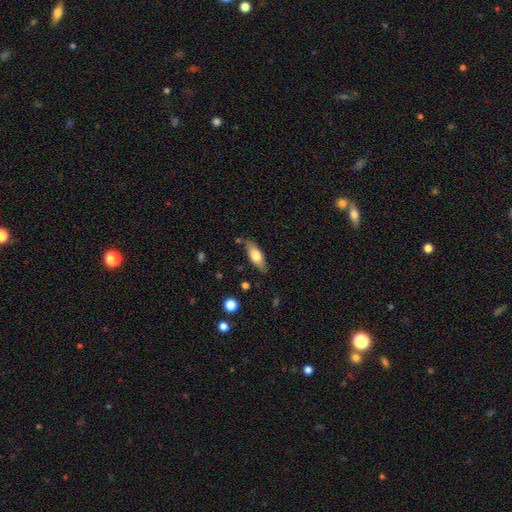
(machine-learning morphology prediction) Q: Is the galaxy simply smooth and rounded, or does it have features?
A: smooth — 65%.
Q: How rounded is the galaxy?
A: in between — 67%.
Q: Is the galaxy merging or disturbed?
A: none — 79%.